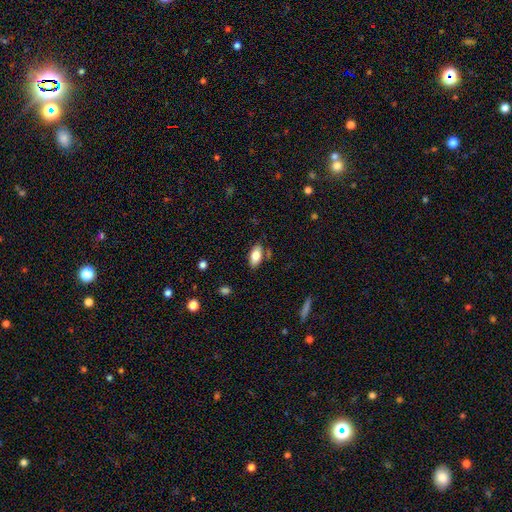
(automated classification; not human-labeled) This is clearly a smooth galaxy (82%). How rounded: clearly in between (91%). Merging: likely none (78%).